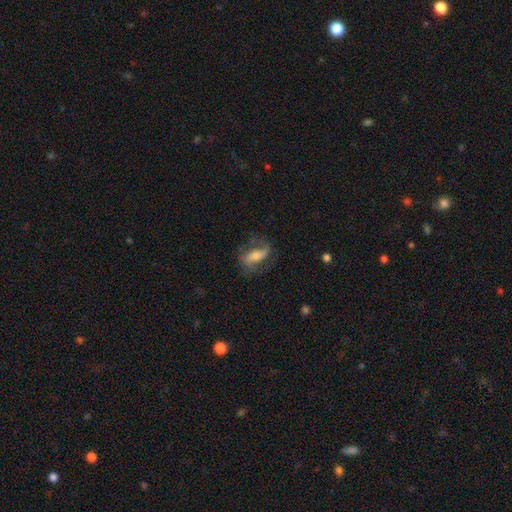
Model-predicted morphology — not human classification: A featured or disk galaxy (66%) with a strong bar (40%), 2 (82%) medium (44%) spiral arms (86%) and a moderate central bulge (45%). Merging: none (65%).